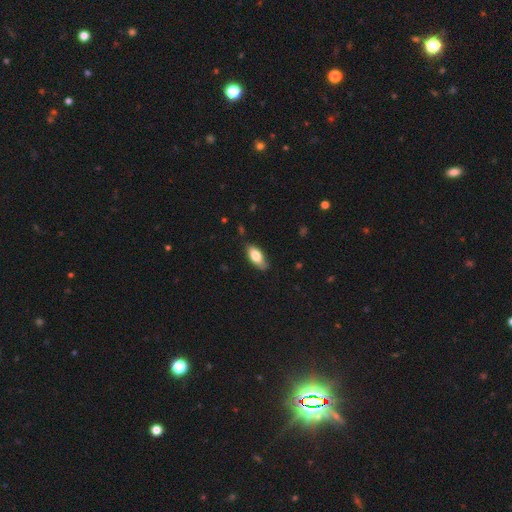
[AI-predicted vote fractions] smooth 75%, featured or disk 18%, star or artifact 6%. Down the decision tree: how rounded — in between (85%); merging — none (76%).